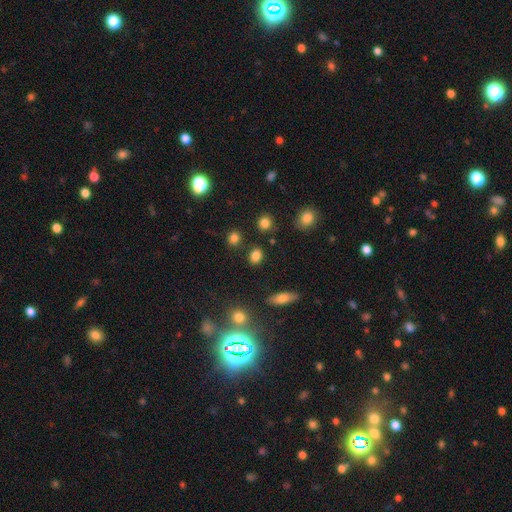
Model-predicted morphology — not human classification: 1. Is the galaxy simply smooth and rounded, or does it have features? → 82% smooth, 12% star or artifact, 6% featured or disk.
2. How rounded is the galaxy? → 50% in between, 49% round, 2% cigar-shaped.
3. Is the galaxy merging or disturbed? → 84% none, 9% minor disturbance, 5% merger, 3% major disturbance.